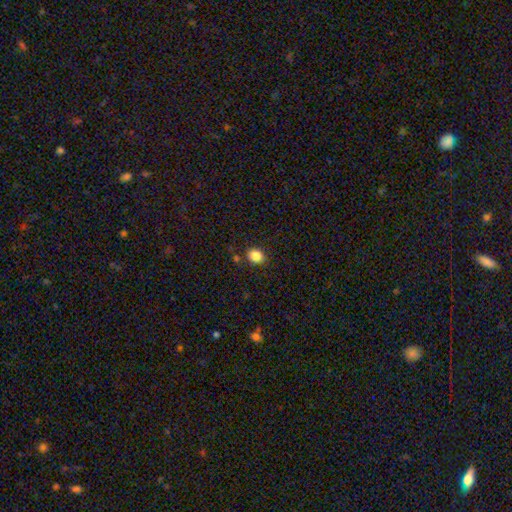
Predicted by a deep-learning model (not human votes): Smooth or featured? smooth (85%)
How rounded? round (52%)
Merging? none (84%)